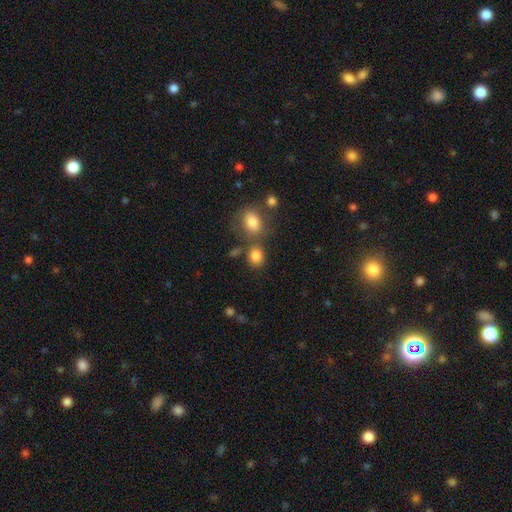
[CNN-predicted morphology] A smooth galaxy with no disk features (83%) that is round (61%). Merging: none (63%).